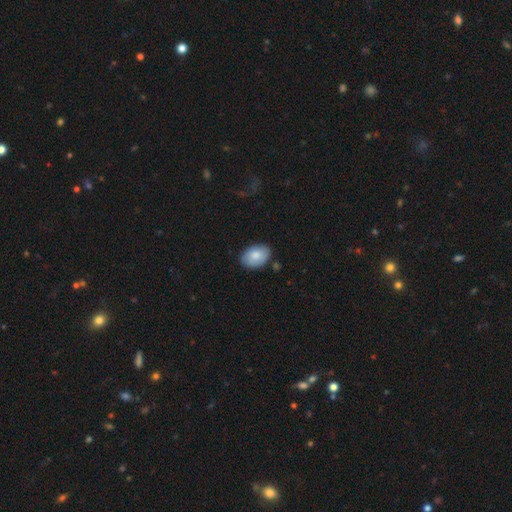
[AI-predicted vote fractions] Smooth or featured? smooth (82%)
How rounded? in between (84%)
Merging? none (80%)